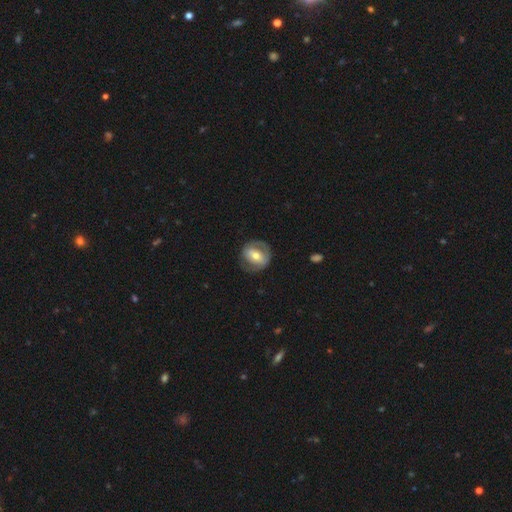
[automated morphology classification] A featured or disk galaxy (53%) with no bar (34%, tied with strong), no spiral arms (57%) and a moderate central bulge (63%).

Vote fractions:
- Smooth or featured? featured or disk: 53% / smooth: 41% / star or artifact: 6%
- Edge-on disk? no: 94% / yes: 6%
- Bar? no: 34% (tied) / strong: 34% (tied) / weak: 32%
- Spiral arms? no: 57% / yes: 43%
- Bulge size? moderate: 63% / small: 27% / large: 7% / none: 1% / dominant: 1%
- Merging? none: 70% / minor disturbance: 17% / major disturbance: 11% / merger: 1%